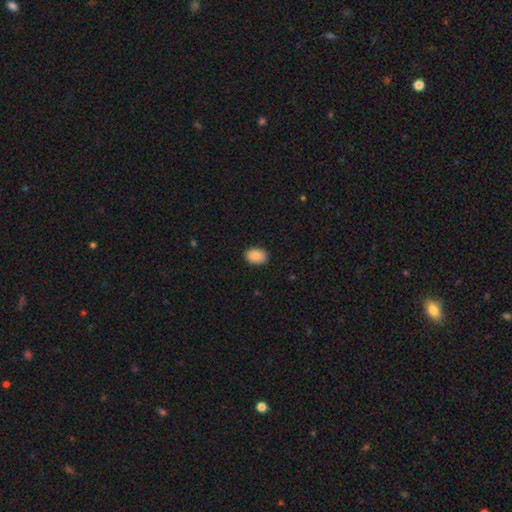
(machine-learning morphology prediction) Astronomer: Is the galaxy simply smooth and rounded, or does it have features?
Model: smooth — 90%.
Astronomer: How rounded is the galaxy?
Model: in between — 84%.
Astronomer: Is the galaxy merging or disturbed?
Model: none — 89%.